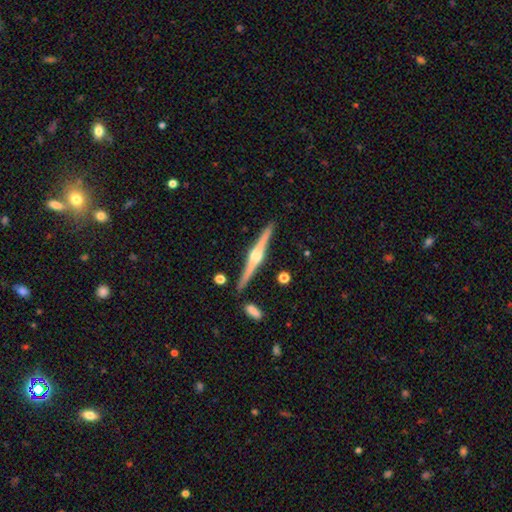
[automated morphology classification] Q: Smooth or featured?
A: featured or disk (86%); runner-up: smooth (10%)
Q: Edge-on disk?
A: yes (99%); runner-up: no (1%)
Q: Edge-on bulge?
A: rounded (94%); runner-up: boxy (4%)
Q: Merging?
A: none (89%); runner-up: minor disturbance (6%)